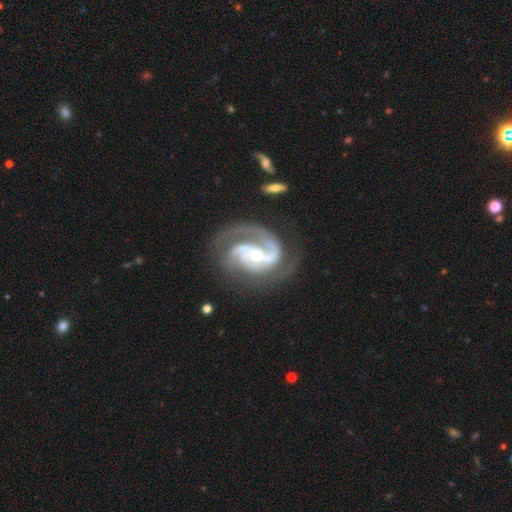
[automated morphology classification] Q: Smooth or featured?
A: featured or disk (92%); runner-up: star or artifact (4%)
Q: Edge-on disk?
A: no (98%); runner-up: yes (2%)
Q: Bar?
A: no (50%); runner-up: weak (33%)
Q: Spiral arms?
A: yes (98%); runner-up: no (2%)
Q: Spiral winding?
A: medium (51%); runner-up: tight (37%)
Q: Spiral arm count?
A: 2 (47%); runner-up: 3 (35%)
Q: Bulge size?
A: moderate (50%); runner-up: small (44%)
Q: Merging?
A: none (59%); runner-up: minor disturbance (18%)